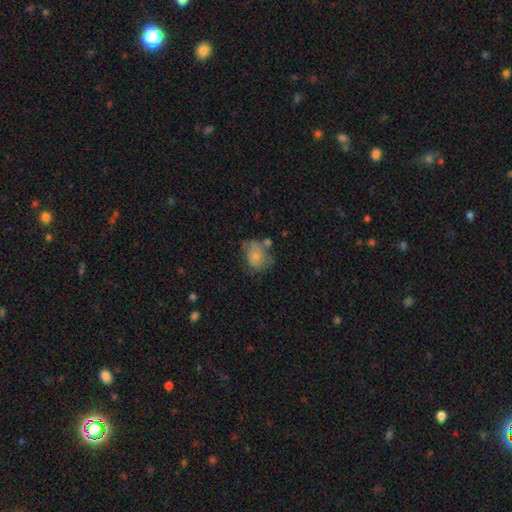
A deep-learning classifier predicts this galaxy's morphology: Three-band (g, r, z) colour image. It shows a smooth galaxy with no disk features (71%) that is in between round and cigar-shaped (54%). Merging: none (42%).